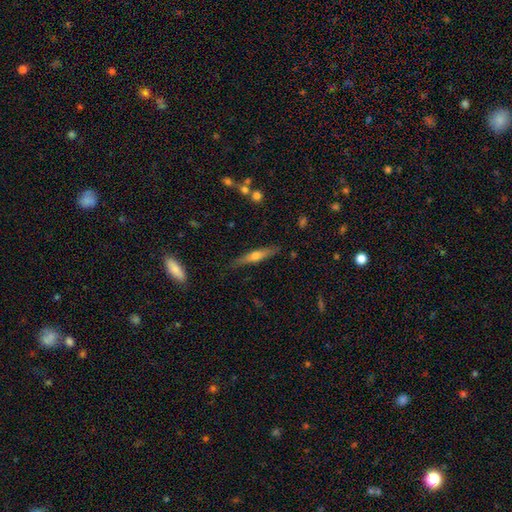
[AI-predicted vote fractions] A featured or disk galaxy (51%) viewed edge-on (93%). Merging: none (85%).